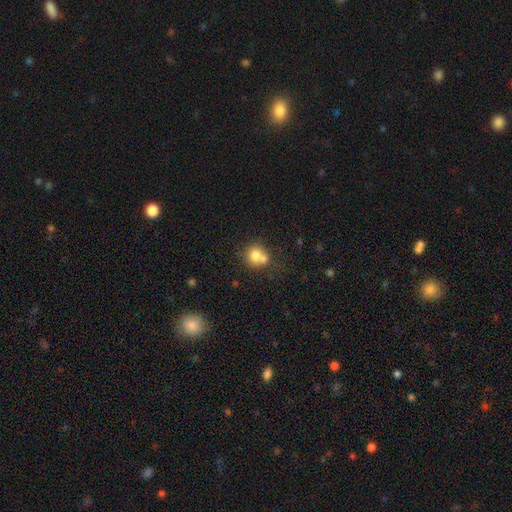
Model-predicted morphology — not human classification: Smooth or featured: smooth — 74% (featured or disk — 16%)
How rounded: round — 81% (in between — 18%)
Merging: merger — 44% (none — 42%)